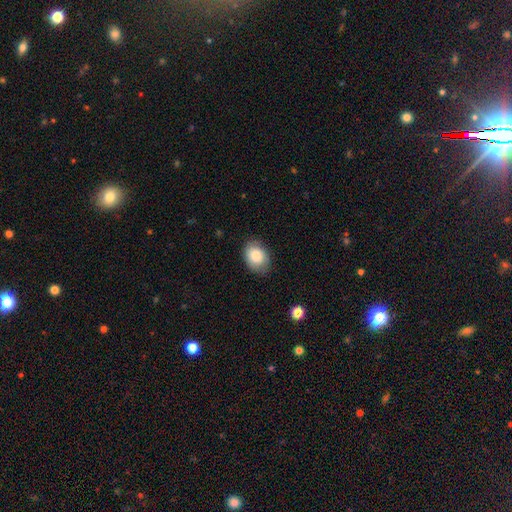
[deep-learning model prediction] Smooth or featured?
  - smooth: 82% *
  - featured or disk: 11%
  - star or artifact: 7%
How rounded?
  - in between: 70% *
  - round: 29%
  - cigar-shaped: 1%
Merging?
  - none: 79% *
  - minor disturbance: 16%
  - major disturbance: 4%
  - merger: 1%